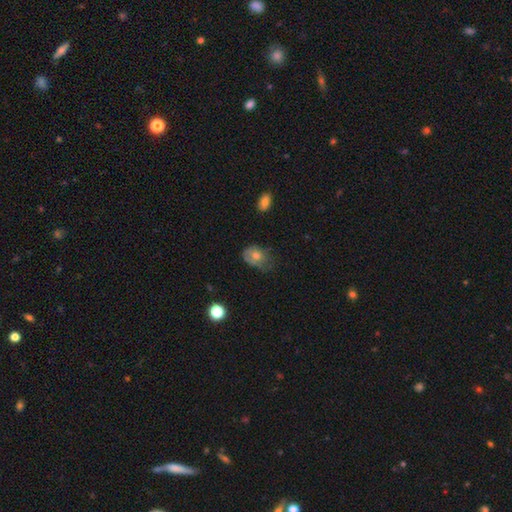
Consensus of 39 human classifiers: A smooth galaxy with no disk features (51%) that is in between round and cigar-shaped (60%).

Vote fractions:
- Smooth or featured? smooth: 51% / featured or disk: 38% / star or artifact: 10%
- How rounded? in between: 60% / round: 40% / cigar-shaped: 0%
- Merging? none: 57% / minor disturbance: 23% / major disturbance: 20% / merger: 0%